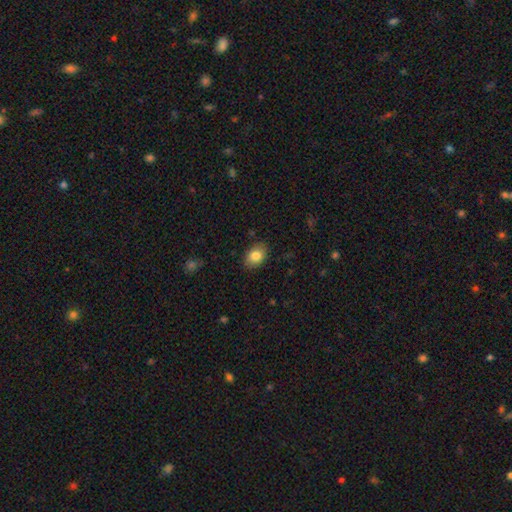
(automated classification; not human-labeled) smooth_or_featured: smooth (p=0.83) [alt: featured or disk p=0.09]
how_rounded: in between (p=0.77) [alt: round p=0.22]
merging: none (p=0.85) [alt: minor disturbance p=0.11]